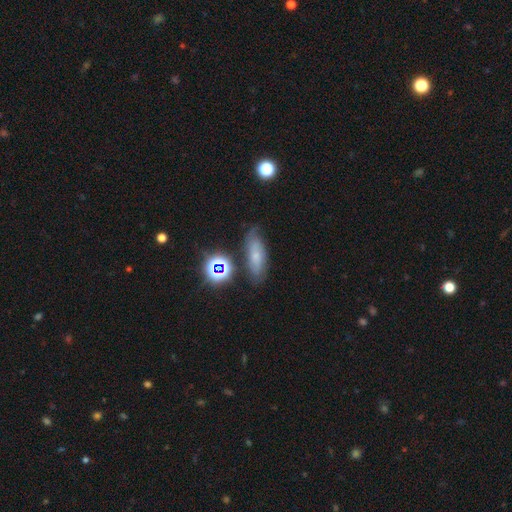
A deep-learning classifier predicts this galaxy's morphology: Overall: smooth (52%; featured or disk 30%). How rounded: in between (62%; cigar-shaped 29%). Merging: none (69%).